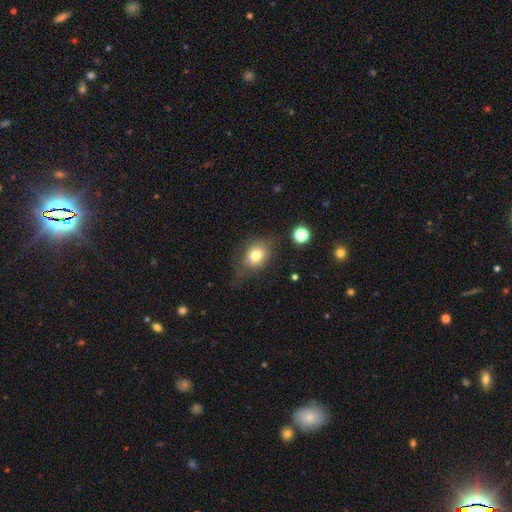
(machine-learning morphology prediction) A smooth galaxy with no disk features (75%) that is round (50%). Merging: none (59%).